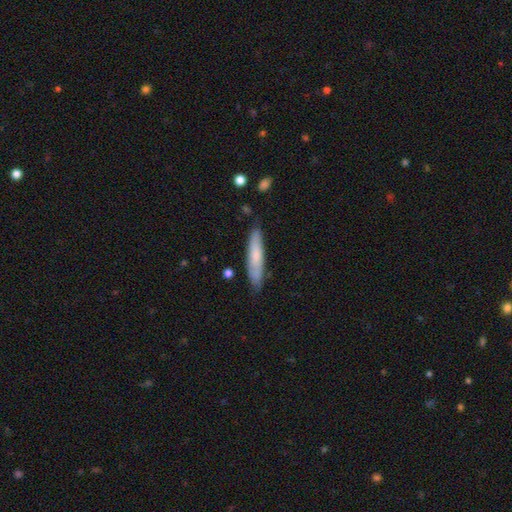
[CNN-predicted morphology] smooth 67%, featured or disk 28%, star or artifact 6%. Down the decision tree: how rounded — cigar-shaped (81%); merging — none (80%).